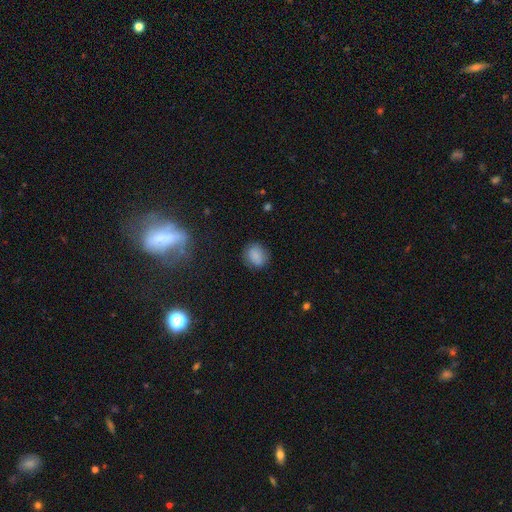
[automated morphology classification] This appears to be a smooth galaxy with no disk features (83%) that is round (63%). Merging: none (78%).